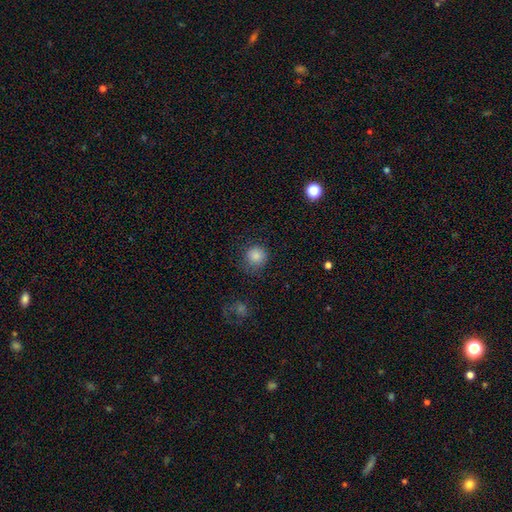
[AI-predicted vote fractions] A smooth galaxy with no disk features (85%) that is round (92%). Merging: none (80%).